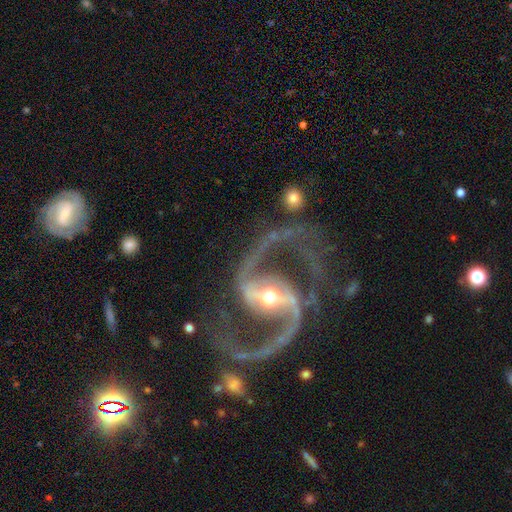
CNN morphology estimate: This is clearly a featured or disk galaxy (94%). It is clearly not viewed edge-on (98%). Bar: possibly strong (58%). Spiral arm pattern: clearly yes (99%). Spiral arm count: clearly 2 (95%). Spiral winding: likely medium (60%). Central bulge: possibly moderate (58%). Merging: likely none (75%).